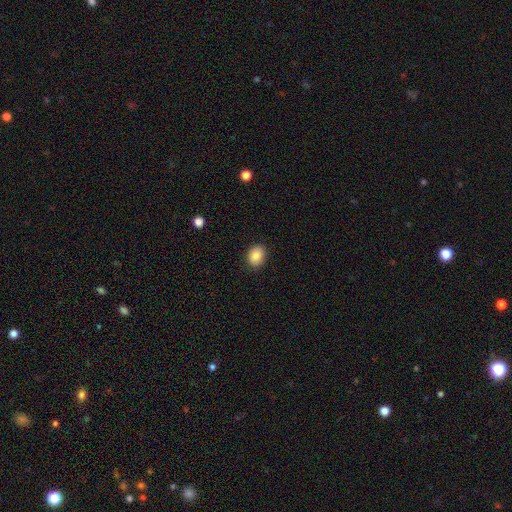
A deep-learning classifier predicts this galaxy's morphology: smooth 86%, star or artifact 8%, featured or disk 6%. Down the decision tree: how rounded — in between (55%); merging — none (88%).